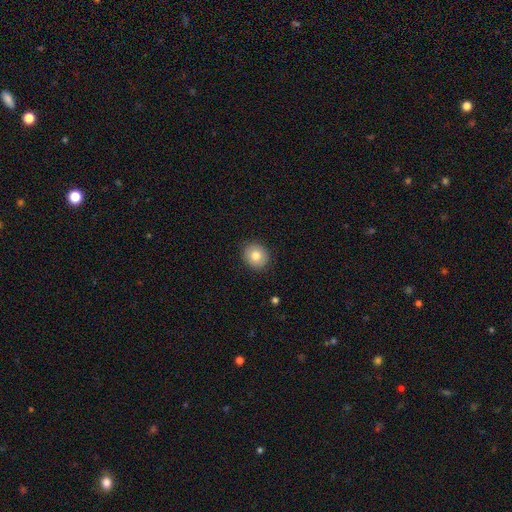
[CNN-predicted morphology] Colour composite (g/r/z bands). It shows a smooth galaxy with no disk features (79%) that is round (81%). Merging: none (90%).